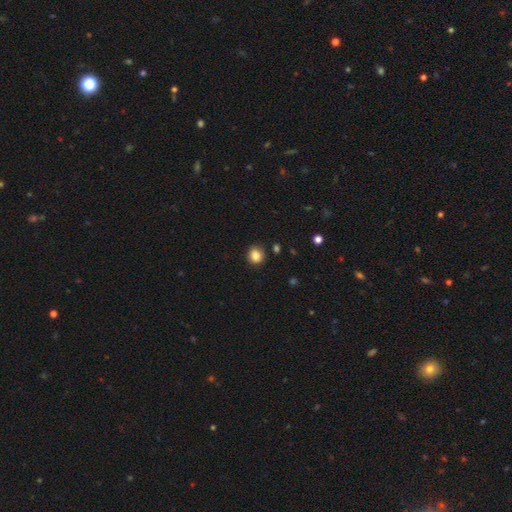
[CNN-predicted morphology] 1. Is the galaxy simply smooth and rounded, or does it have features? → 84% smooth, 10% star or artifact, 6% featured or disk.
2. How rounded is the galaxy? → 80% round, 19% in between, 1% cigar-shaped.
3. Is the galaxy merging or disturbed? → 86% none, 10% minor disturbance, 2% major disturbance, 2% merger.